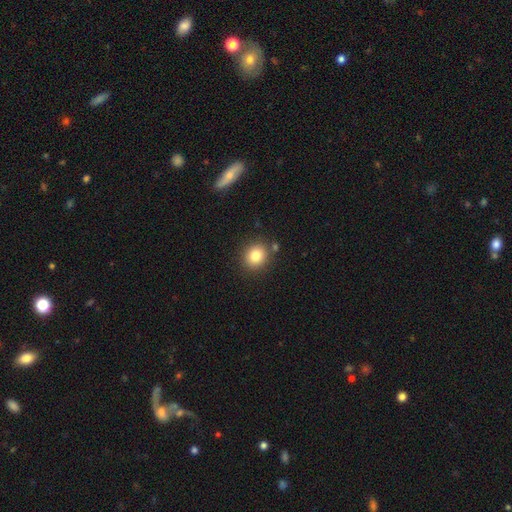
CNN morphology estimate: Smooth or featured? Predicted: smooth (p=0.82). How rounded? Predicted: round (p=0.77). Merging? Predicted: none (p=0.84).